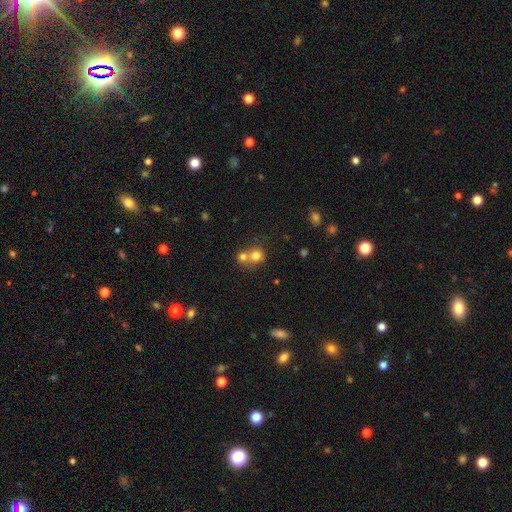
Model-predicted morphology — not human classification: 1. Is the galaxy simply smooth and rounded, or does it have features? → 75% smooth, 13% star or artifact, 13% featured or disk.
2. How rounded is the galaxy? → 83% round, 16% in between, 1% cigar-shaped.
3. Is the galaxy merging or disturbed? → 55% merger, 37% none, 5% minor disturbance, 3% major disturbance.